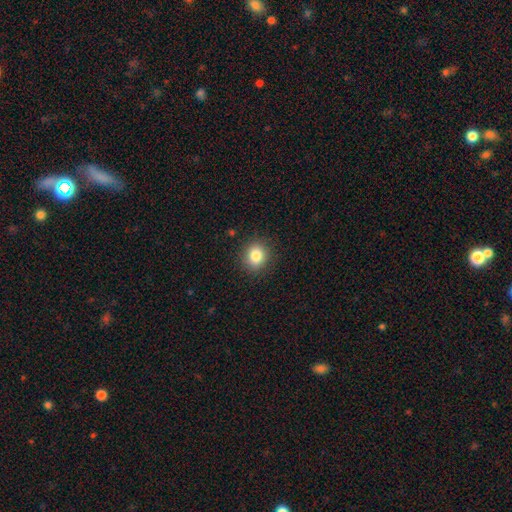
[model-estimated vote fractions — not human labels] This is clearly a smooth galaxy (84%). How rounded: likely round (76%). Merging: clearly none (89%).